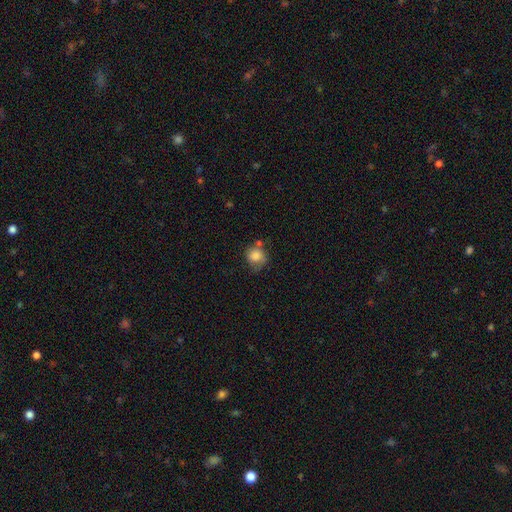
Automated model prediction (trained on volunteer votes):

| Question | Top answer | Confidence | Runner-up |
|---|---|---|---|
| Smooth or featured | smooth | 81% | featured or disk (10%) |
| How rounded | round | 76% | in between (23%) |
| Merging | none | 48% | minor disturbance (29%) |